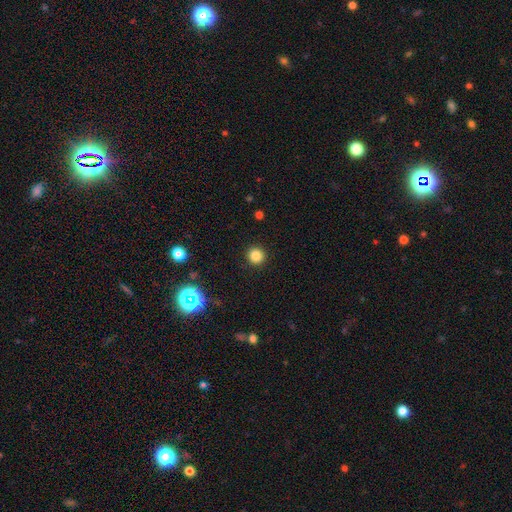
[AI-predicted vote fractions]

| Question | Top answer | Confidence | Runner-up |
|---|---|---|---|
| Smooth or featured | smooth | 82% | star or artifact (14%) |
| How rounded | round | 95% | in between (4%) |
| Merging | none | 92% | minor disturbance (5%) |